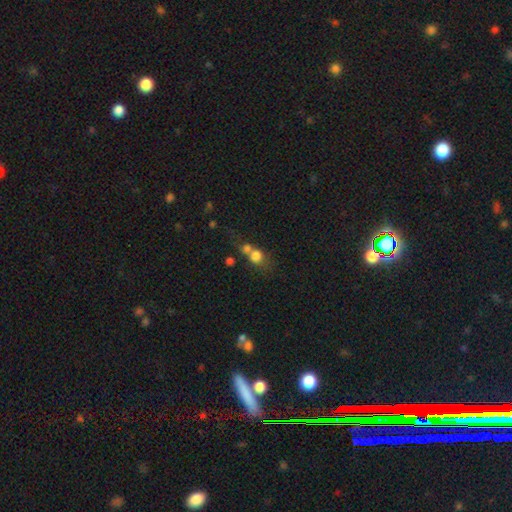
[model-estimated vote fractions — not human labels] Q: Smooth or featured?
A: smooth (74%); runner-up: featured or disk (13%)
Q: How rounded?
A: round (74%); runner-up: in between (24%)
Q: Merging?
A: merger (58%); runner-up: none (27%)